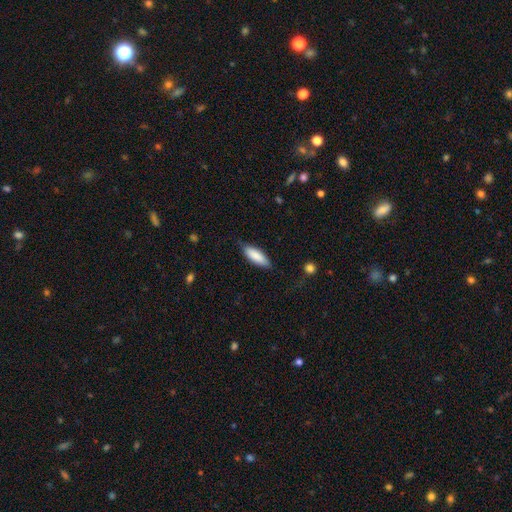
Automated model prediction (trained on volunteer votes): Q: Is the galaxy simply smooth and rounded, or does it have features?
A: smooth — 86%.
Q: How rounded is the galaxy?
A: in between — 58%.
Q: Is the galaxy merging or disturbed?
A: none — 79%.